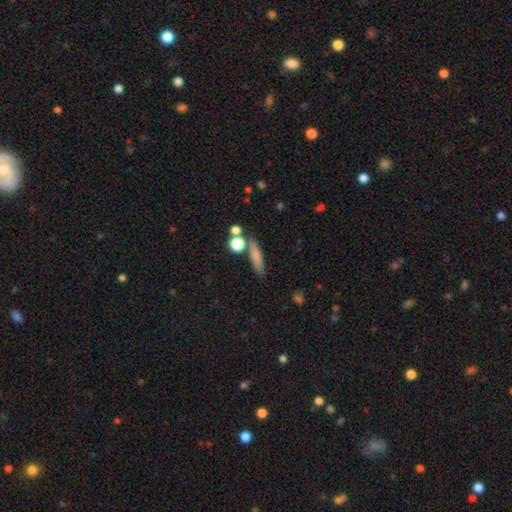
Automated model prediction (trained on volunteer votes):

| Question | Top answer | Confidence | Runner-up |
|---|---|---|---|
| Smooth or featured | smooth | 73% | featured or disk (16%) |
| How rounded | cigar-shaped | 72% | in between (19%) |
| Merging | none | 73% | minor disturbance (12%) |